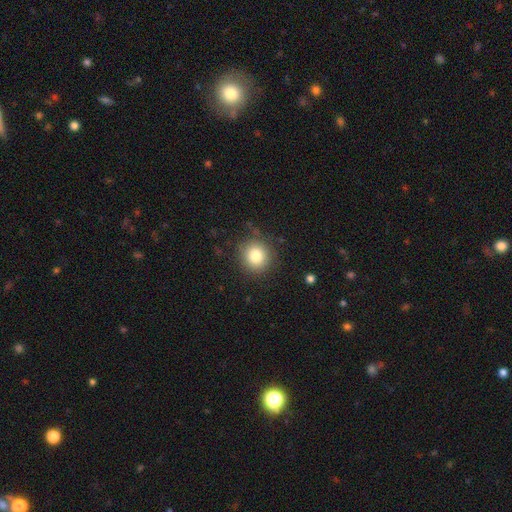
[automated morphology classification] Q: Smooth or featured?
A: smooth (82%); runner-up: star or artifact (11%)
Q: How rounded?
A: round (90%); runner-up: in between (9%)
Q: Merging?
A: none (85%); runner-up: minor disturbance (10%)